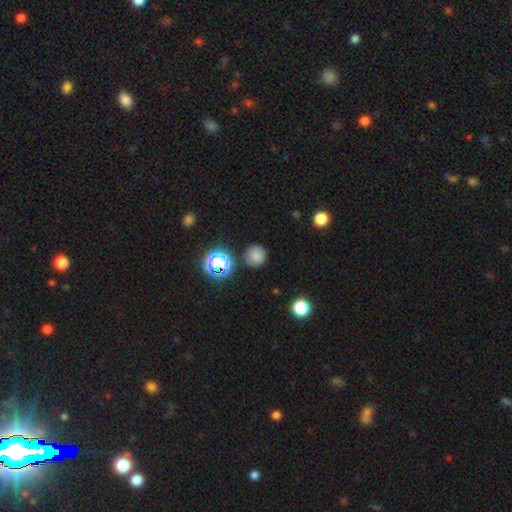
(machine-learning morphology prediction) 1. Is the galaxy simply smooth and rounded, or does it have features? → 75% smooth, 17% star or artifact, 8% featured or disk.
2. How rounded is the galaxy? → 93% round, 6% in between, 1% cigar-shaped.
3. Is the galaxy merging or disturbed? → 82% none, 11% minor disturbance, 4% major disturbance, 3% merger.